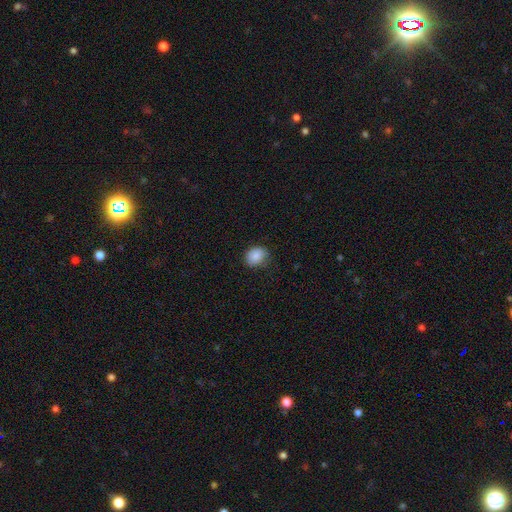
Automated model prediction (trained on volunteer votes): Smooth or featured? smooth (87%)
How rounded? round (57%)
Merging? none (75%)